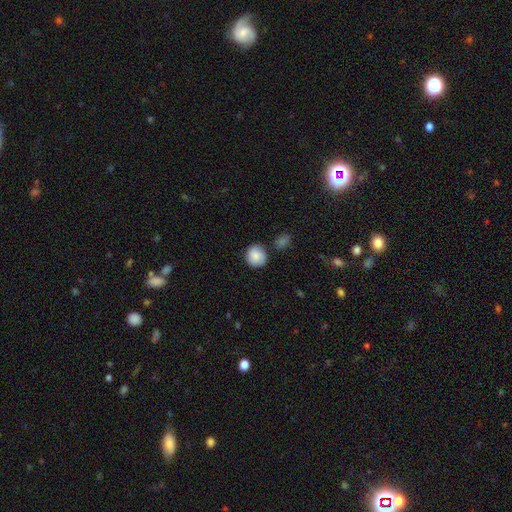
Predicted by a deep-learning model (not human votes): Smooth or featured? smooth (86%)
How rounded? round (90%)
Merging? none (80%)